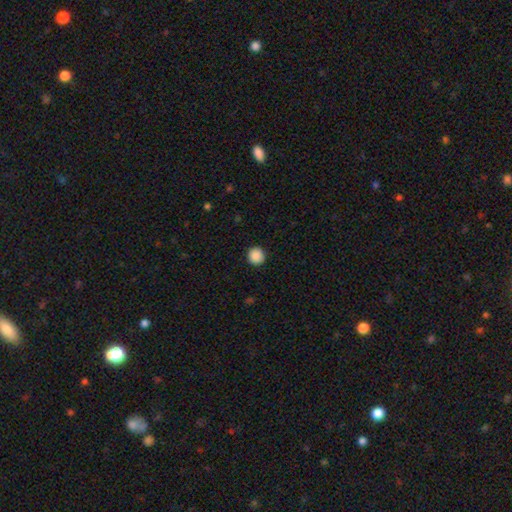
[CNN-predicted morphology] smooth_or_featured: smooth (p=0.89) [alt: star or artifact p=0.09]
how_rounded: round (p=0.95) [alt: in between p=0.04]
merging: none (p=0.93) [alt: minor disturbance p=0.04]